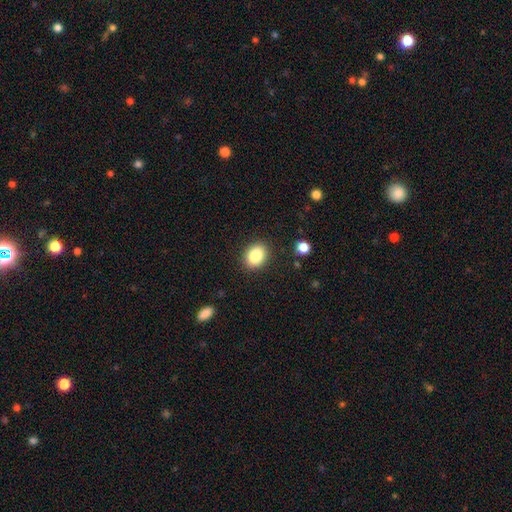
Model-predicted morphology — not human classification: type=smooth (84%); roundness=in between (56%); merging=none (88%).